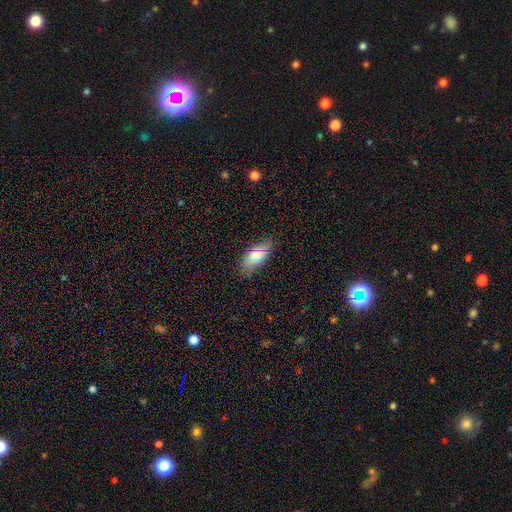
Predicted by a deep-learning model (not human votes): A smooth galaxy with no disk features (72%) that is in between round and cigar-shaped (85%).

Vote fractions:
- Smooth or featured? smooth: 72% / featured or disk: 17% / star or artifact: 11%
- How rounded? in between: 85% / cigar-shaped: 11% / round: 3%
- Merging? none: 80% / minor disturbance: 15% / major disturbance: 3% / merger: 1%